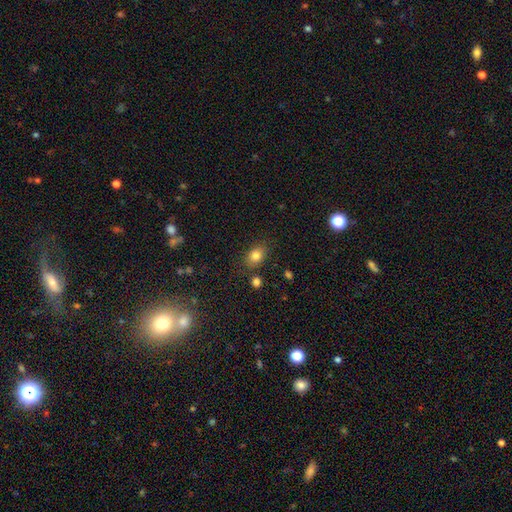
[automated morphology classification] smooth_or_featured: smooth (p=0.82) [alt: star or artifact p=0.11]
how_rounded: in between (p=0.68) [alt: round p=0.31]
merging: none (p=0.79) [alt: minor disturbance p=0.13]